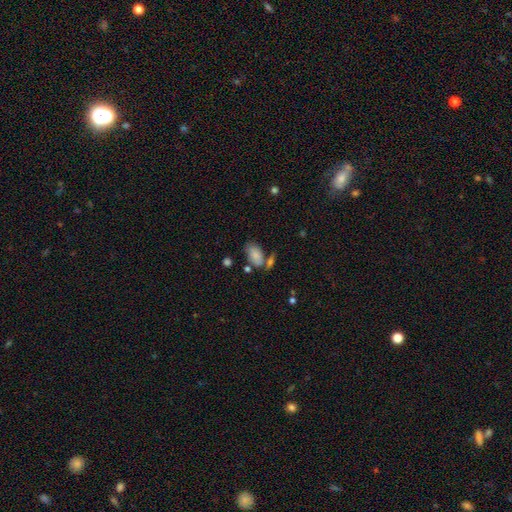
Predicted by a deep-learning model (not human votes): This is clearly a smooth galaxy (82%). How rounded: clearly in between (93%). Merging: possibly none (54%).